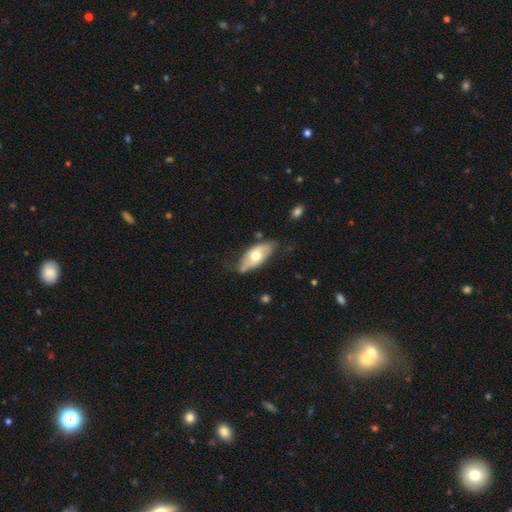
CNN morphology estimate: Smooth or featured? Predicted: smooth (p=0.50). Merging? Predicted: none (p=0.58).